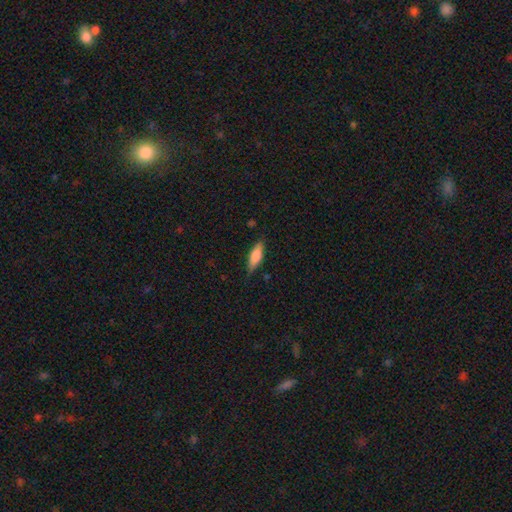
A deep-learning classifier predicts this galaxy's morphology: Smooth or featured?
  - smooth: 69% *
  - featured or disk: 24%
  - star or artifact: 6%
How rounded?
  - in between: 51% *
  - cigar-shaped: 47%
  - round: 2%
Merging?
  - none: 82% *
  - minor disturbance: 14%
  - major disturbance: 3%
  - merger: 1%